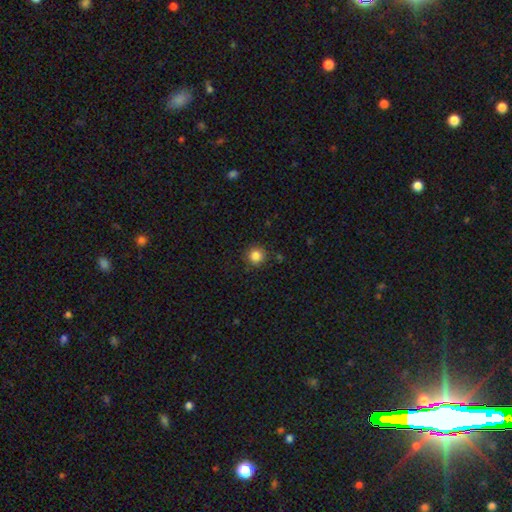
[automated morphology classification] Smooth or featured?
  - smooth: 85% *
  - star or artifact: 11%
  - featured or disk: 4%
How rounded?
  - round: 94% *
  - in between: 5%
  - cigar-shaped: 1%
Merging?
  - none: 89% *
  - minor disturbance: 7%
  - major disturbance: 2%
  - merger: 2%